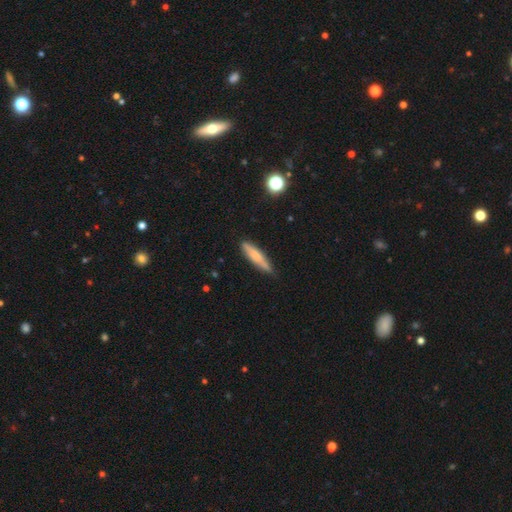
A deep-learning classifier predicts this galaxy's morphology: A smooth galaxy with no disk features (66%) that is cigar-shaped (84%). Merging: none (81%).